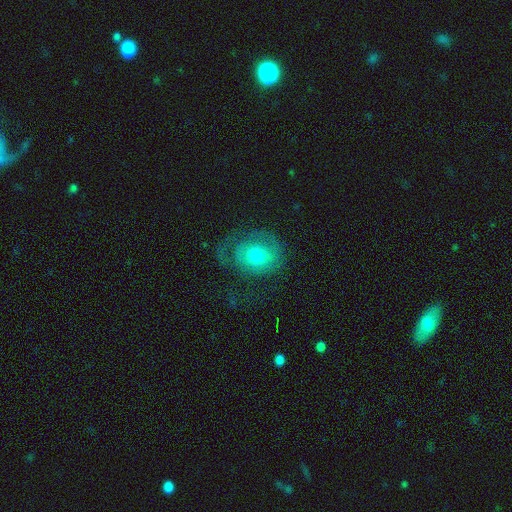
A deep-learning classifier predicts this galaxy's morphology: This appears to be a featured or disk galaxy (50%). Merging: none (45%).